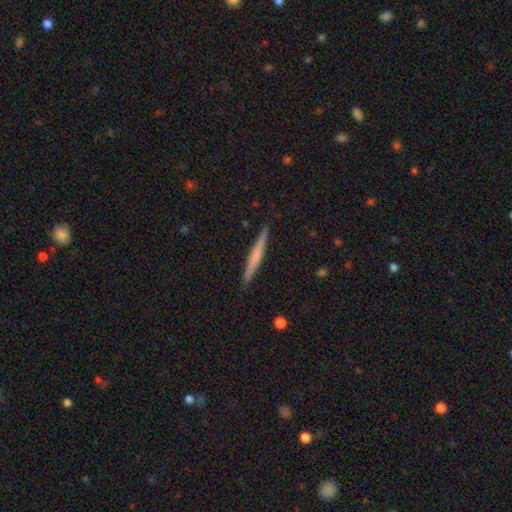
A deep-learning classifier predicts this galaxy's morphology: Smooth or featured?
  - featured or disk: 48% *
  - smooth: 46%
  - star or artifact: 6%
Merging?
  - none: 91% *
  - minor disturbance: 6%
  - major disturbance: 1%
  - merger: 1%